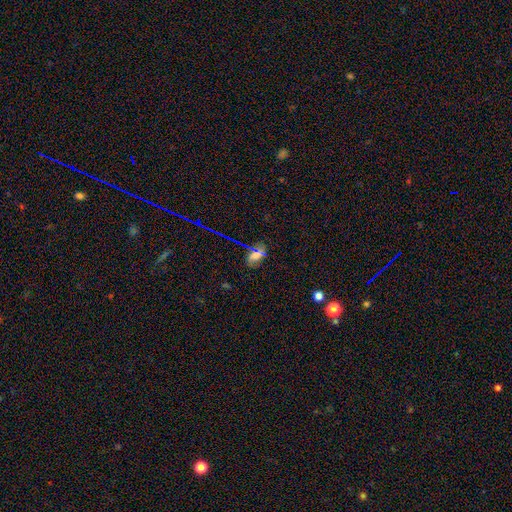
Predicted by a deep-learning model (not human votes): Smooth or featured?
  - smooth: 45% *
  - star or artifact: 36%
  - featured or disk: 19%
Merging?
  - none: 54% *
  - minor disturbance: 20%
  - major disturbance: 14%
  - merger: 12%